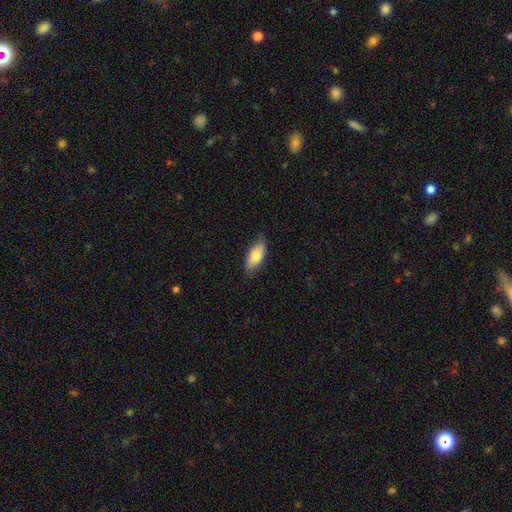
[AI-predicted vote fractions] This is clearly a smooth galaxy (82%). How rounded: clearly in between (86%). Merging: likely none (79%).